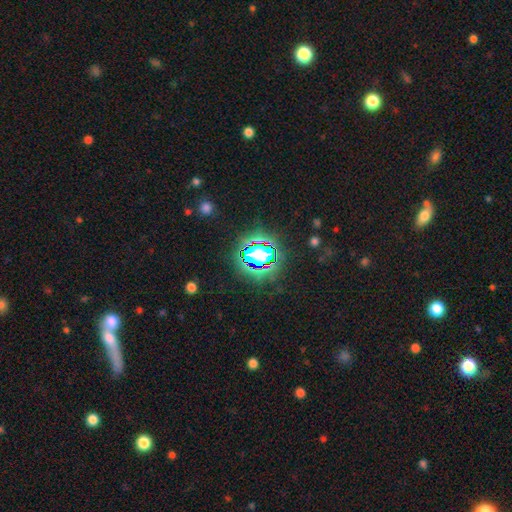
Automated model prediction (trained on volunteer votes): A star or artifact, not a galaxy (68%).

Vote fractions:
- Smooth or featured? star or artifact: 68% / smooth: 20% / featured or disk: 12%